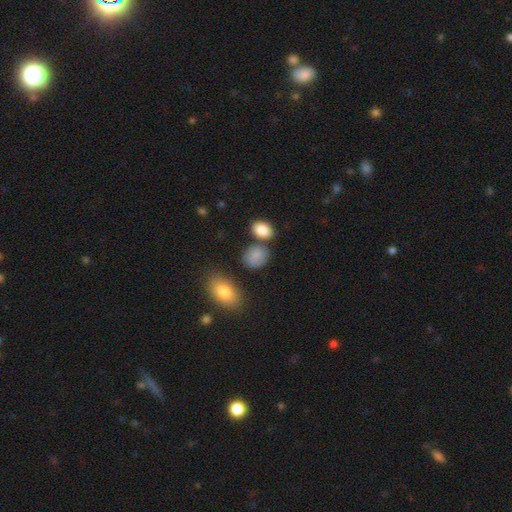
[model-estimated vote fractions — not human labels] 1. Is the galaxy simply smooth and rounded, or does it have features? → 85% smooth, 9% star or artifact, 7% featured or disk.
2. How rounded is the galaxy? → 54% round, 44% in between, 2% cigar-shaped.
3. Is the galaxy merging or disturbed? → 70% none, 15% minor disturbance, 10% merger, 5% major disturbance.